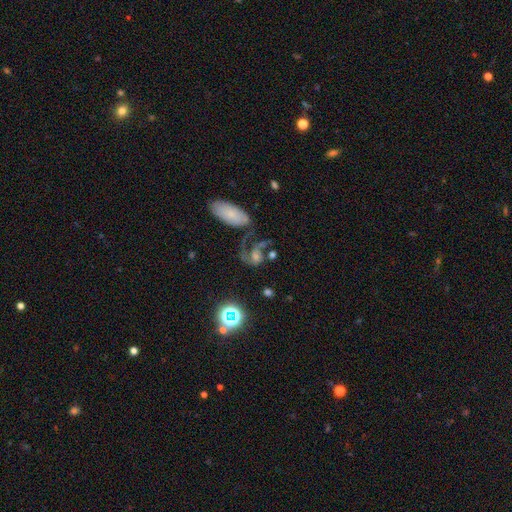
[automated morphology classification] The model was most divided on "bulge size" (2-way tie): moderate: 32%, small: 32%, none: 19%, large: 13%, dominant: 5%. Remaining: edge-on disk — no (95%); spiral arms — yes (83%); bar — no (67%); smooth or featured — featured or disk (57%); merging — none (35%).